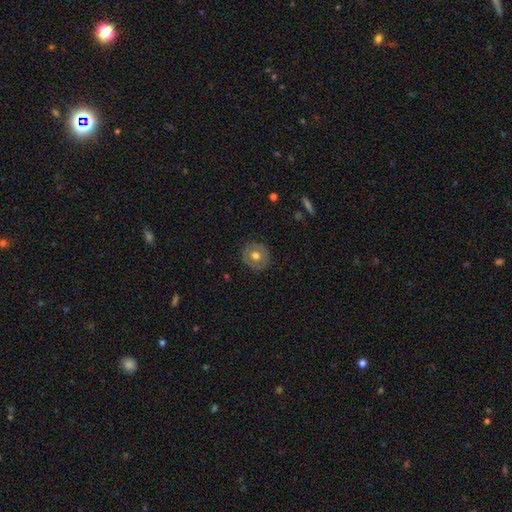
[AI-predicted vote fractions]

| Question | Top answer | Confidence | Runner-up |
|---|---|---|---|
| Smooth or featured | smooth | 59% | featured or disk (34%) |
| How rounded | round | 88% | in between (11%) |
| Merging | none | 87% | minor disturbance (9%) |